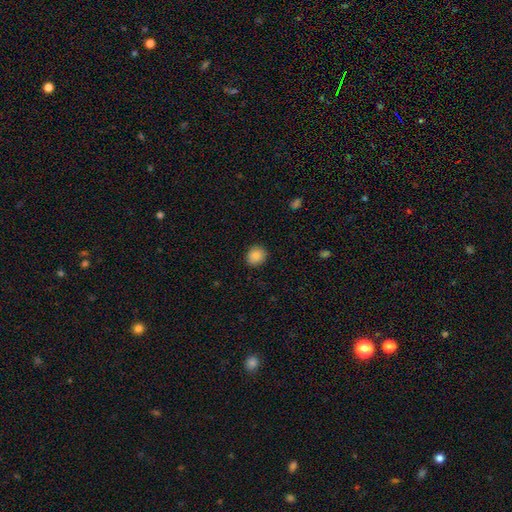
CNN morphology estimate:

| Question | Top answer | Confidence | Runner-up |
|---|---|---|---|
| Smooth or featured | smooth | 86% | star or artifact (9%) |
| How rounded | round | 82% | in between (17%) |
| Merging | none | 89% | minor disturbance (8%) |